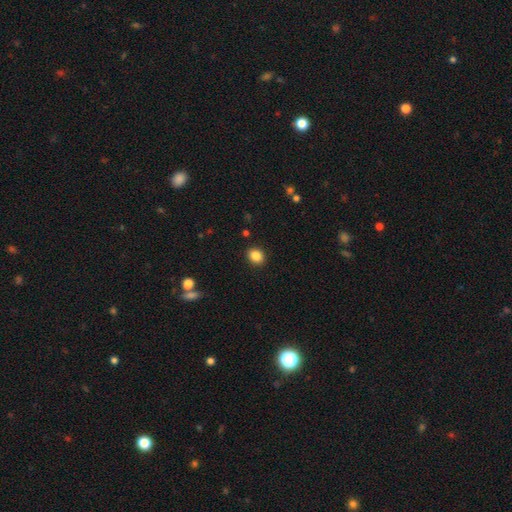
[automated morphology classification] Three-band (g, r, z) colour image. It shows a smooth galaxy with no disk features (86%) that is round (54%). Merging: none (90%).